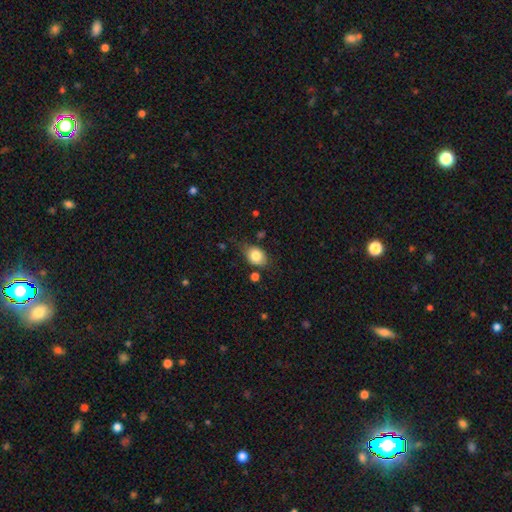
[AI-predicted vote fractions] The model was most divided on "merging": none: 62%, minor disturbance: 26%, major disturbance: 7%, merger: 4%. More confident: smooth or featured — smooth (81%); how rounded — in between (71%).